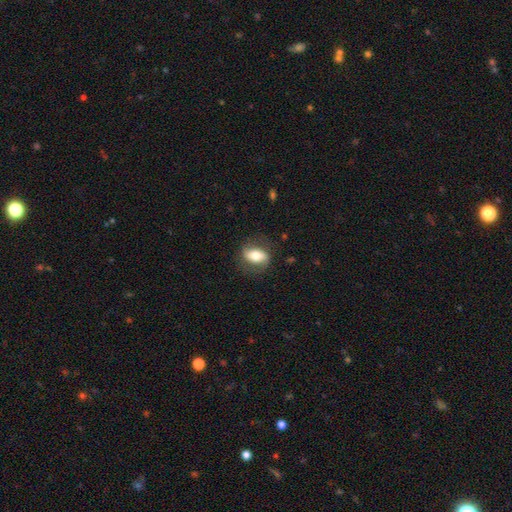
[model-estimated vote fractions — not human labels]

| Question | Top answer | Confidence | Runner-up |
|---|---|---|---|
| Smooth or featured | smooth | 58% | featured or disk (36%) |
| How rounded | in between | 81% | round (14%) |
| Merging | none | 75% | minor disturbance (16%) |